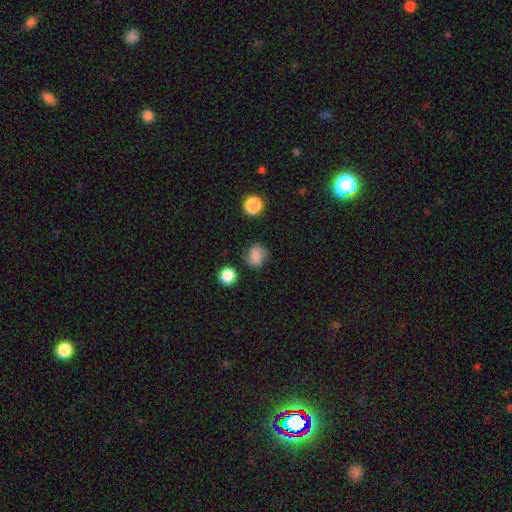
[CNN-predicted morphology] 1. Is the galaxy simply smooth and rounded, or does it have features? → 80% smooth, 12% star or artifact, 8% featured or disk.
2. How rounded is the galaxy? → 70% round, 29% in between, 1% cigar-shaped.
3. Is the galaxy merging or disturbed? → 74% none, 18% minor disturbance, 5% major disturbance, 3% merger.